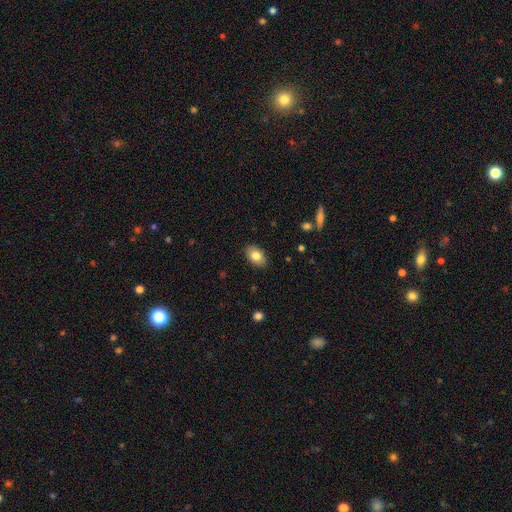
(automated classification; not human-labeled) This is clearly a smooth galaxy (82%). How rounded: clearly in between (89%). Merging: clearly none (88%).